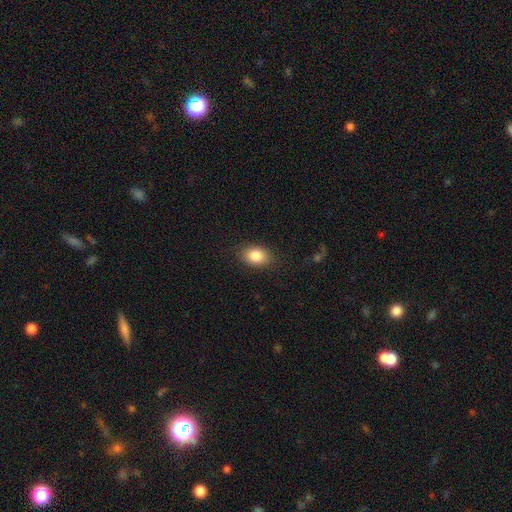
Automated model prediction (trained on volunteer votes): Overall: smooth (84%). How rounded: in between (81%). Merging: none (85%).